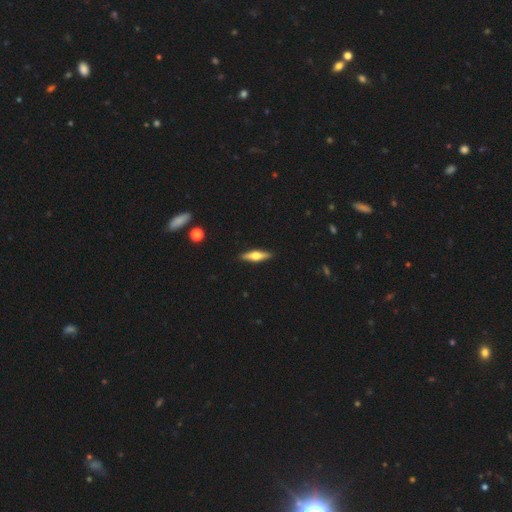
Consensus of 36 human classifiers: A featured or disk galaxy (61%) viewed edge-on (91%) with a rounded central bulge (95%). Merging: none (91%).